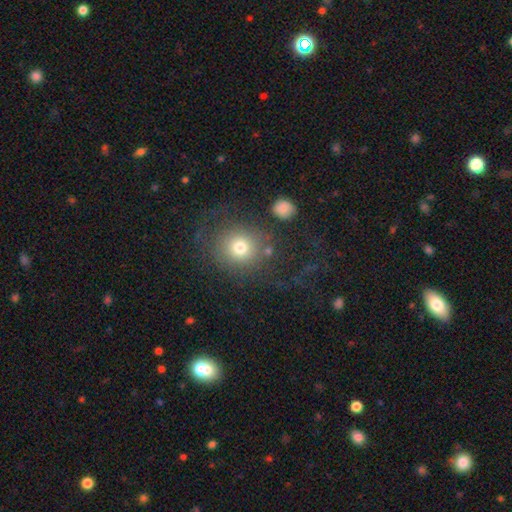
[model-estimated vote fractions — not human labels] Overall: smooth (53%; featured or disk 24%). How rounded: round (82%). Merging: none (64%).